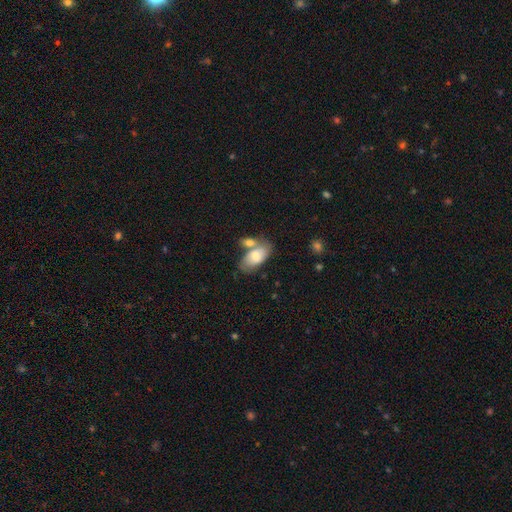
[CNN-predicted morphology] Smooth or featured?
  - smooth: 74% *
  - featured or disk: 20%
  - star or artifact: 6%
How rounded?
  - in between: 93% *
  - round: 4%
  - cigar-shaped: 3%
Merging?
  - none: 43% *
  - merger: 36%
  - minor disturbance: 16%
  - major disturbance: 5%